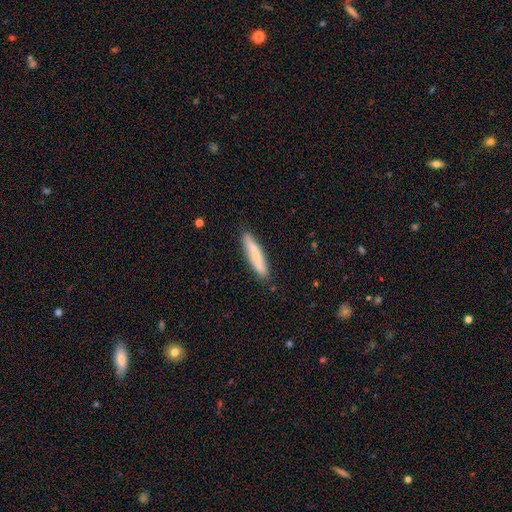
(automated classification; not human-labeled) Smooth or featured: smooth — 57% (featured or disk — 37%)
How rounded: cigar-shaped — 83% (in between — 15%)
Merging: none — 84% (minor disturbance — 12%)